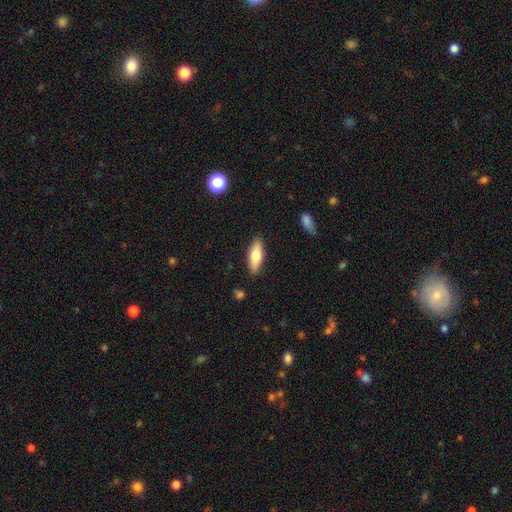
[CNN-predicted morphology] Overall: smooth (73%). How rounded: in between (64%; cigar-shaped 33%). Merging: none (87%).